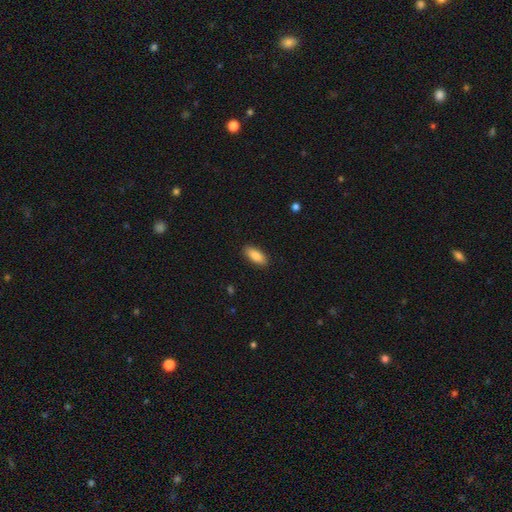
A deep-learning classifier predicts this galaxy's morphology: Smooth or featured: smooth — 88% (star or artifact — 6%)
How rounded: in between — 82% (cigar-shaped — 16%)
Merging: none — 89% (minor disturbance — 8%)